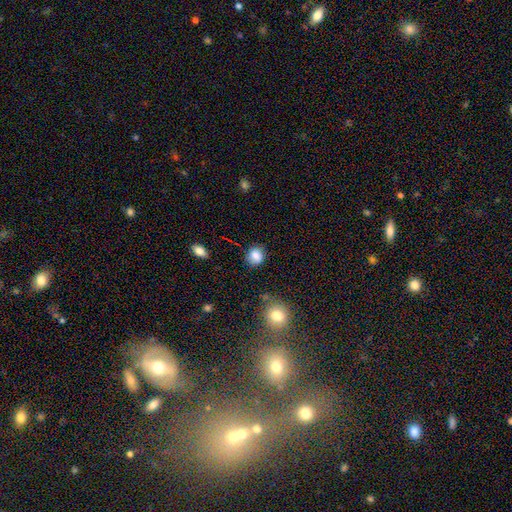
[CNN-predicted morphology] Q: Smooth or featured?
A: smooth (83%); runner-up: star or artifact (10%)
Q: How rounded?
A: round (70%); runner-up: in between (29%)
Q: Merging?
A: none (79%); runner-up: minor disturbance (15%)